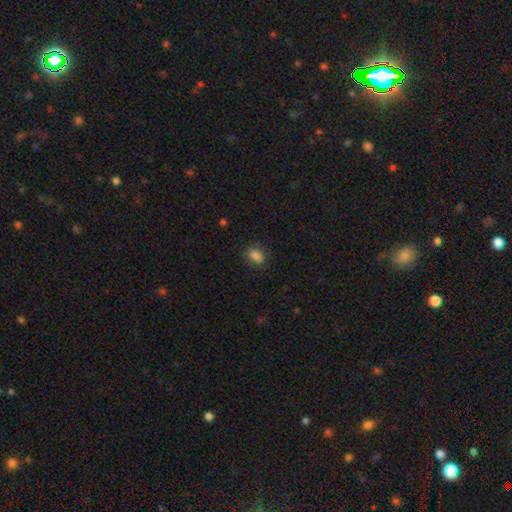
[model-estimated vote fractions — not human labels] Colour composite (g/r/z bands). It shows a smooth galaxy with no disk features (85%) that is in between round and cigar-shaped (76%). Merging: none (81%).